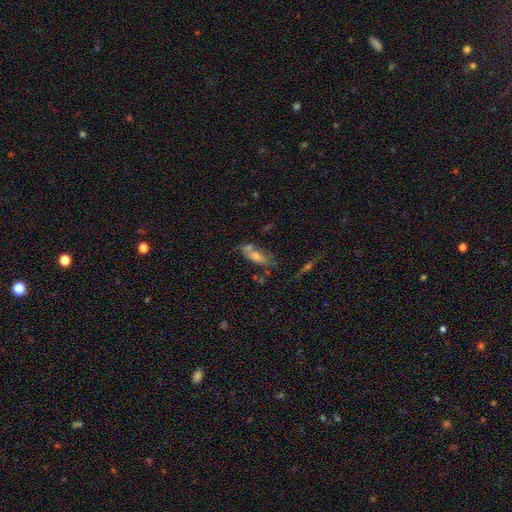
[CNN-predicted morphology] This is possibly a smooth galaxy (45%). Merging: possibly none (52%).